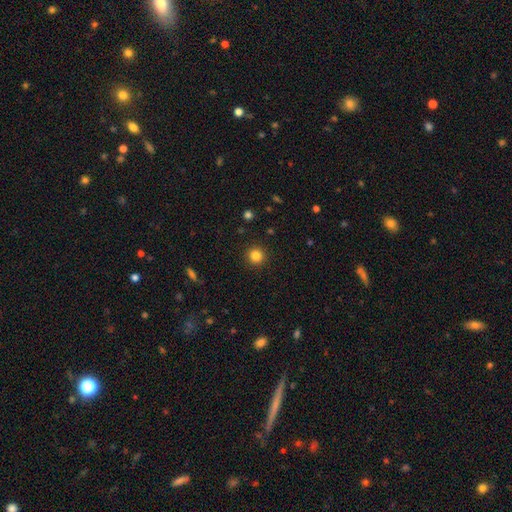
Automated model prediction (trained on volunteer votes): This appears to be a smooth galaxy with no disk features (83%) that is round (95%). Merging: none (92%).